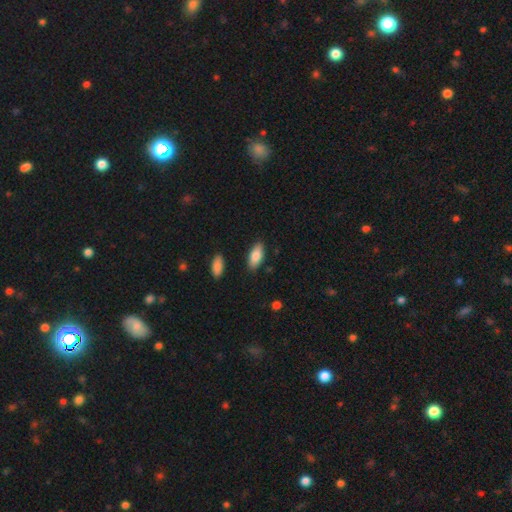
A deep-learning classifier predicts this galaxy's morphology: smooth_or_featured: smooth (p=0.84) [alt: featured or disk p=0.10]
how_rounded: in between (p=0.86) [alt: cigar-shaped p=0.12]
merging: none (p=0.86) [alt: minor disturbance p=0.10]